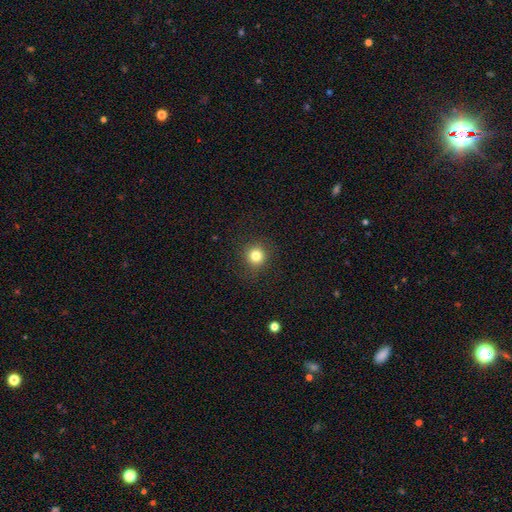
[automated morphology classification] type=smooth (82%); roundness=round (92%); merging=none (89%).